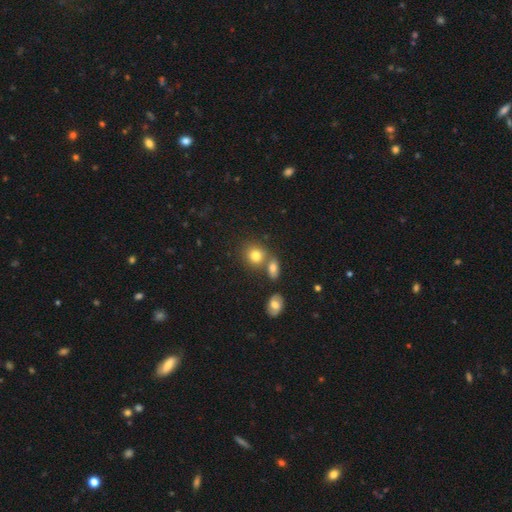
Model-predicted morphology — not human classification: Overall: smooth (79%). How rounded: round (69%; in between 30%). Merging: none (58%; merger 28%).